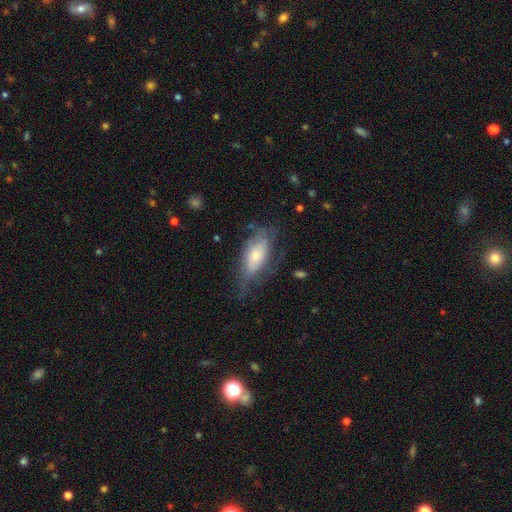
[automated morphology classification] A featured or disk galaxy (47%). Merging: none (47%).